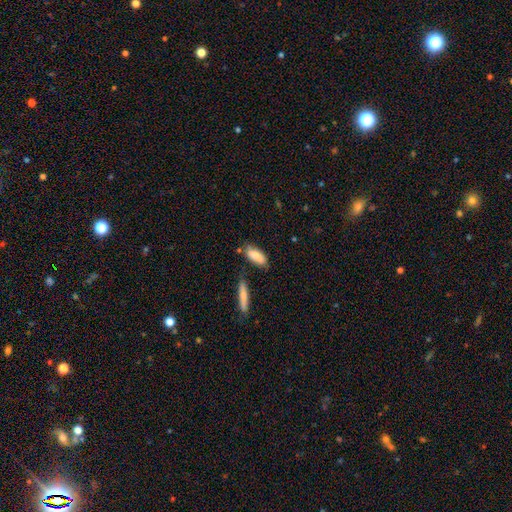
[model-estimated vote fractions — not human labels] Q: Smooth or featured?
A: smooth (82%); runner-up: featured or disk (11%)
Q: How rounded?
A: in between (76%); runner-up: cigar-shaped (21%)
Q: Merging?
A: none (70%); runner-up: minor disturbance (19%)